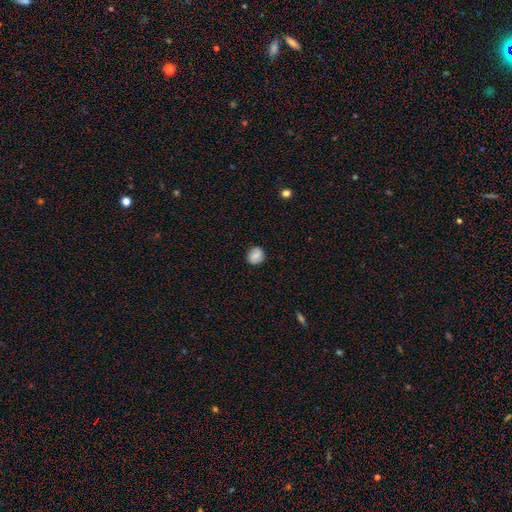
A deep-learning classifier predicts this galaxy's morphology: Smooth or featured? Predicted: smooth (p=0.81). How rounded? Predicted: round (p=0.83). Merging? Predicted: none (p=0.84).